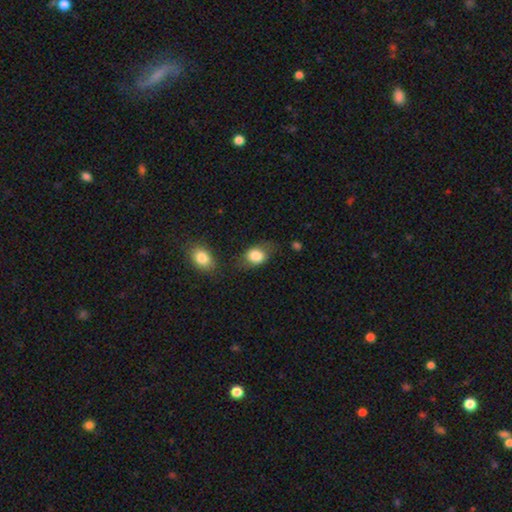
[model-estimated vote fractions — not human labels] This appears to be a smooth galaxy with no disk features (82%) that is in between round and cigar-shaped (70%). Merging: none (64%).